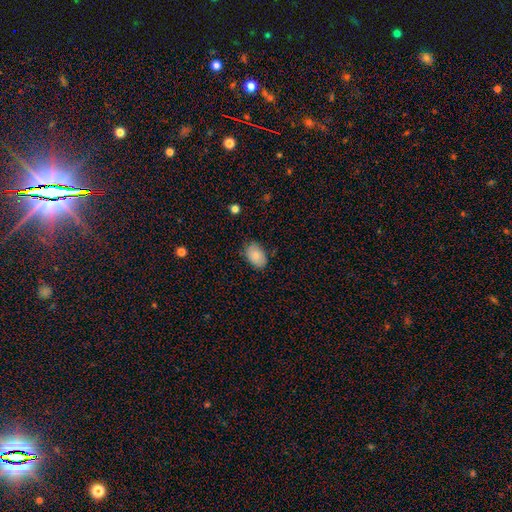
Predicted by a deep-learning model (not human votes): Smooth or featured? Predicted: smooth (p=0.84). How rounded? Predicted: in between (p=0.89). Merging? Predicted: none (p=0.78).